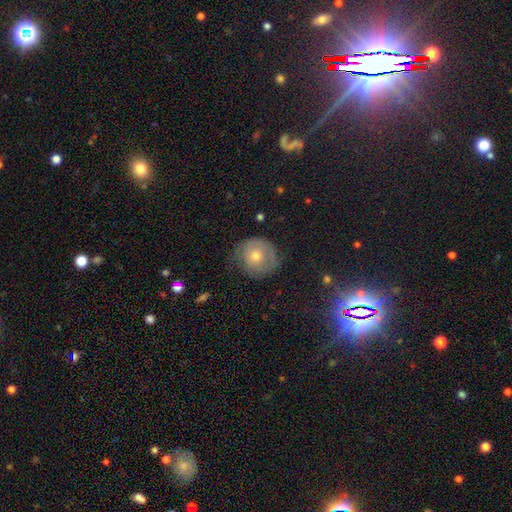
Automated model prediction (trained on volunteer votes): This is possibly a smooth galaxy (46%). Merging: likely none (64%).